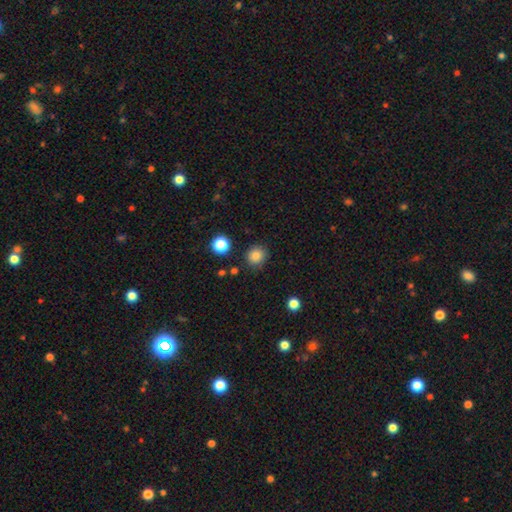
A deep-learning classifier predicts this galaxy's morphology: A smooth galaxy with no disk features (84%) that is round (88%). Merging: none (87%).